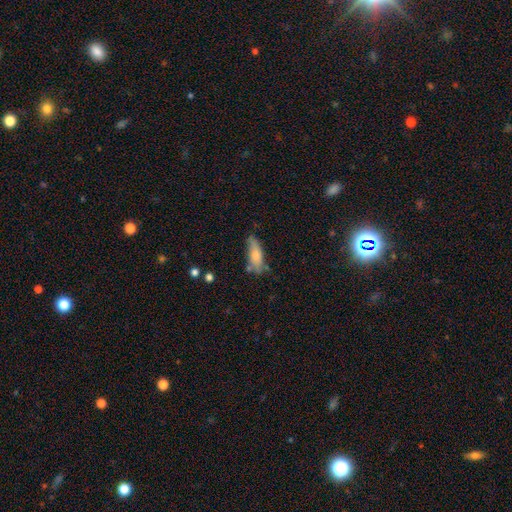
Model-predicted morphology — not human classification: This is likely a smooth galaxy (70%). How rounded: likely in between (65%). Merging: possibly none (57%).